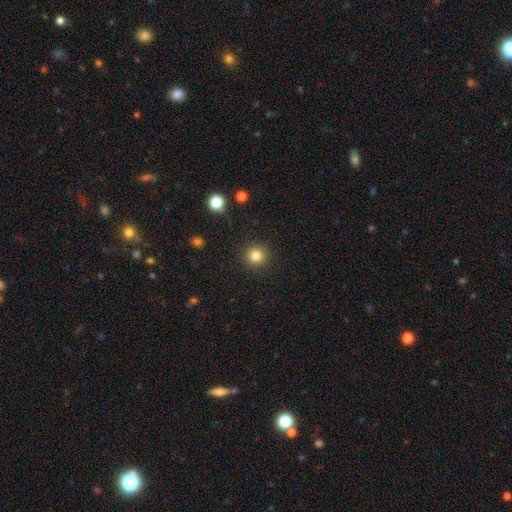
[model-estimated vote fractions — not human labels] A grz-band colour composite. It shows a smooth galaxy with no disk features (83%) that is round (95%). Merging: none (91%).